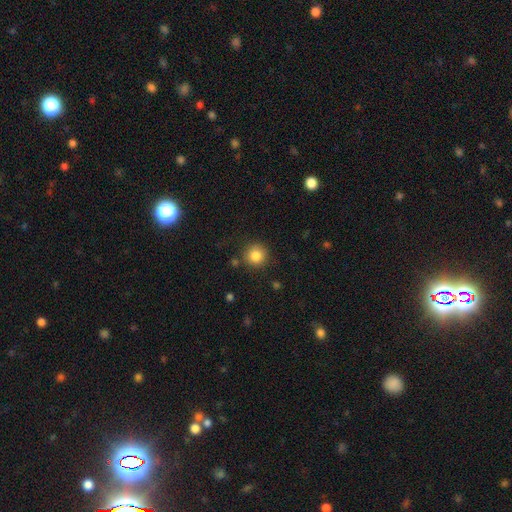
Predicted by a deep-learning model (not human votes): smooth-or-featured: smooth: 84% | star or artifact: 10% | featured or disk: 5%
  how-rounded: round: 94% | in between: 5% | cigar-shaped: 1%
  merging: none: 86% | minor disturbance: 8% | merger: 3% | major disturbance: 3%